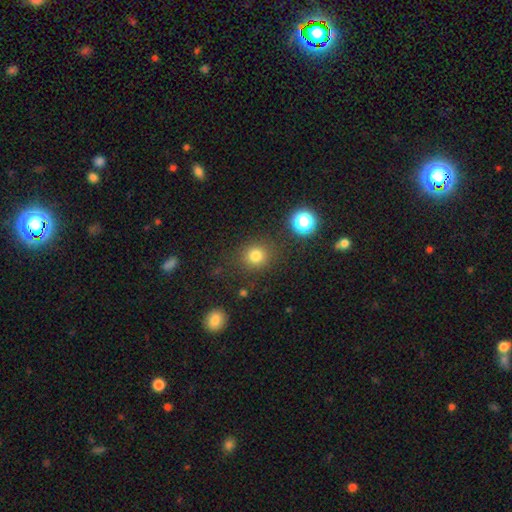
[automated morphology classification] smooth 78%, star or artifact 16%, featured or disk 6%. Down the decision tree: how rounded — round (88%); merging — none (84%).